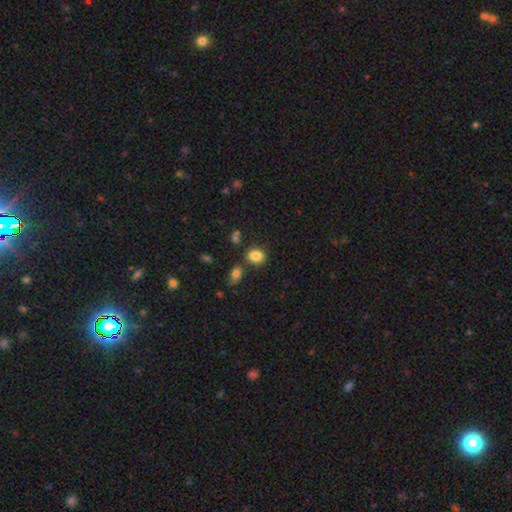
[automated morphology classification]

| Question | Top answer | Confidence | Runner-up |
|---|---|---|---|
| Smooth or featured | smooth | 84% | star or artifact (10%) |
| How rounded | round | 51% | in between (48%) |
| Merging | none | 73% | minor disturbance (12%) |